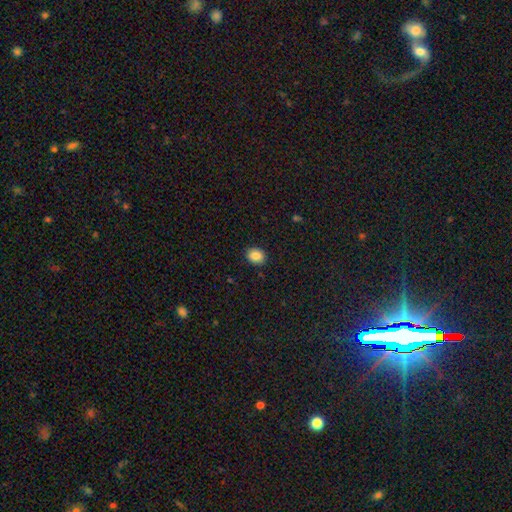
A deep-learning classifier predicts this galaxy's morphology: A smooth galaxy with no disk features (87%) that is in between round and cigar-shaped (51%).

Vote fractions:
- Smooth or featured? smooth: 87% / star or artifact: 9% / featured or disk: 5%
- How rounded? in between: 51% / round: 48% / cigar-shaped: 1%
- Merging? none: 89% / minor disturbance: 8% / major disturbance: 2% / merger: 1%